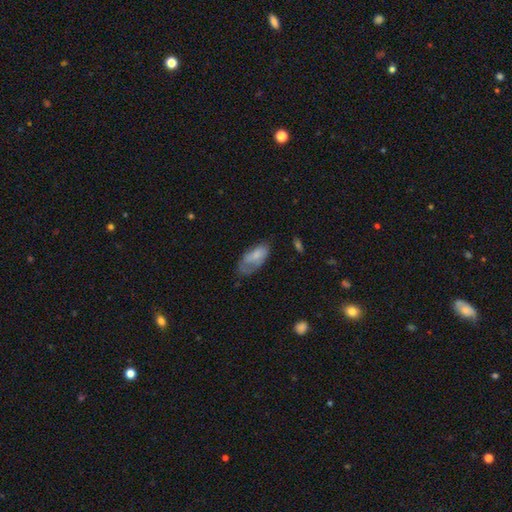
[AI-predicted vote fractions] Overall: smooth (69%). How rounded: in between (89%). Merging: none (38%; minor disturbance 33%).